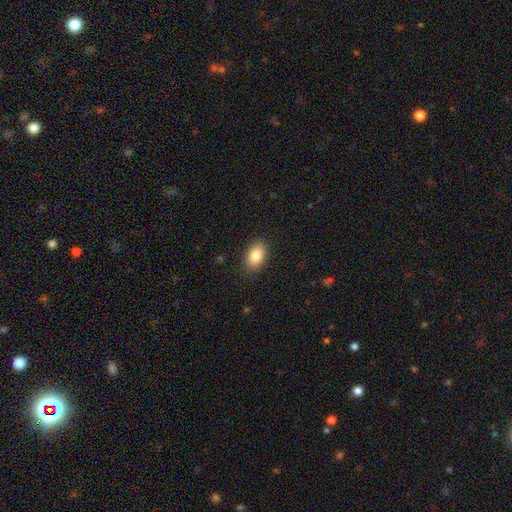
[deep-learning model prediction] Smooth or featured: smooth — 84% (featured or disk — 9%)
How rounded: in between — 88% (round — 10%)
Merging: none — 88% (minor disturbance — 9%)